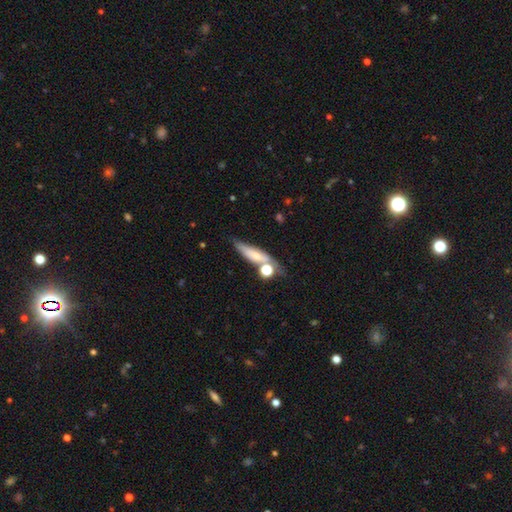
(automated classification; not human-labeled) A smooth galaxy with no disk features (59%) that is cigar-shaped (59%).

Vote fractions:
- Smooth or featured? smooth: 59% / featured or disk: 32% / star or artifact: 9%
- How rounded? cigar-shaped: 59% / in between: 33% / round: 8%
- Merging? none: 48% / merger: 23% / minor disturbance: 20% / major disturbance: 10%